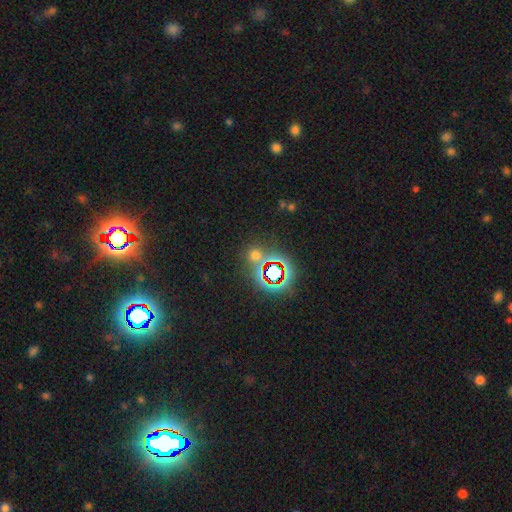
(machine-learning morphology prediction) A star or artifact, not a galaxy (47%).